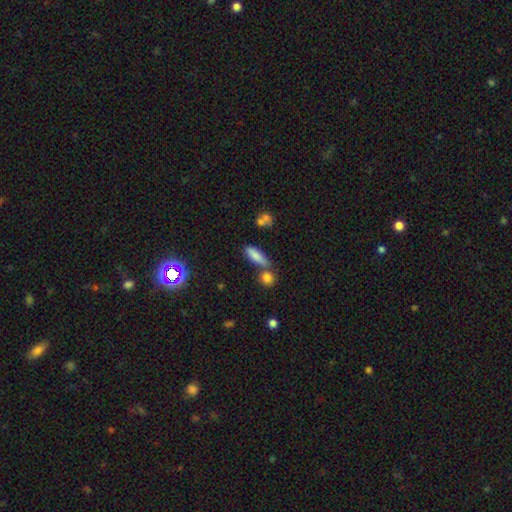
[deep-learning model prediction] Smooth or featured? Predicted: smooth (p=0.78). How rounded? Predicted: in between (p=0.48, tied with cigar-shaped). Merging? Predicted: none (p=0.59).